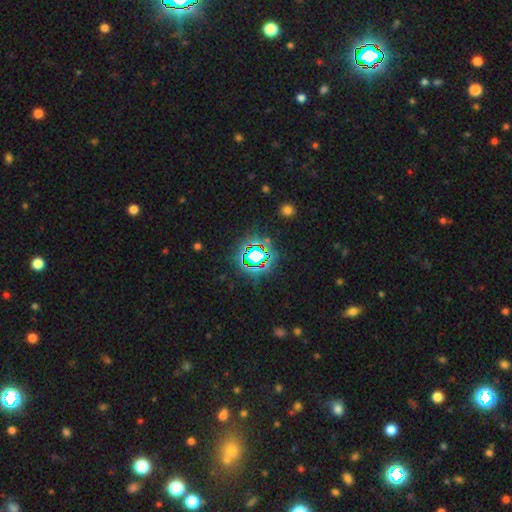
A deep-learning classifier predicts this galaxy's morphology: smooth-or-featured: star or artifact: 73% | smooth: 16% | featured or disk: 11%